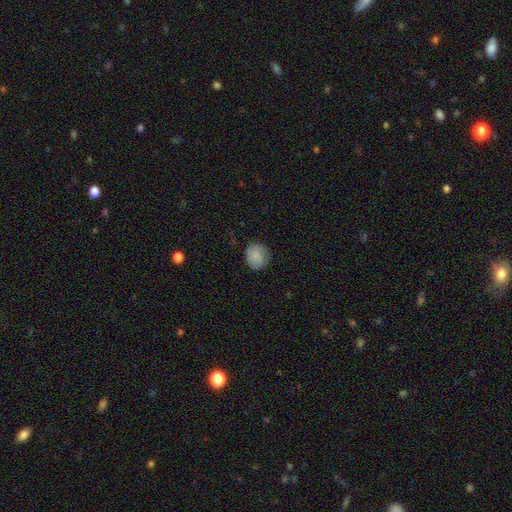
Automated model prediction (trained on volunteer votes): Smooth or featured: smooth — 86% (star or artifact — 7%)
How rounded: round — 70% (in between — 29%)
Merging: none — 80% (minor disturbance — 15%)